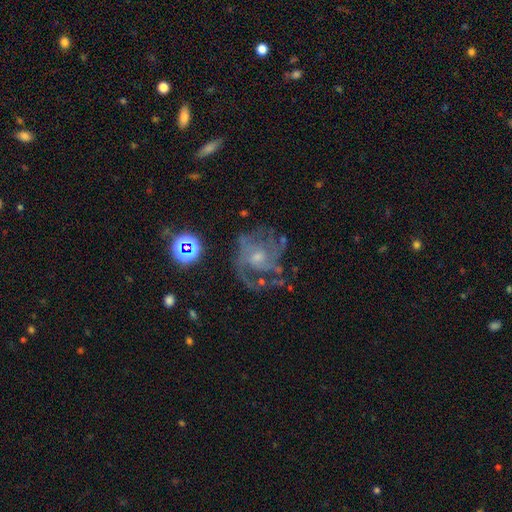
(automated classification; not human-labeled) A featured or disk galaxy (78%) with no bar (68%), medium (45%) spiral arms (87%) and a small central bulge (47%).

Vote fractions:
- Smooth or featured? featured or disk: 78% / star or artifact: 12% / smooth: 11%
- Edge-on disk? no: 98% / yes: 2%
- Bar? no: 68% / weak: 27% / strong: 5%
- Spiral arms? yes: 87% / no: 13%
- Spiral winding? medium: 45% / tight: 34% / loose: 21%
- Spiral arm count? can't tell: 32% / 2: 23% / 3: 22% / 1: 9% / 4: 8% / more than 4: 6%
- Bulge size? small: 47% / moderate: 41% / none: 7% / large: 4% / dominant: 1%
- Merging? none: 55% / major disturbance: 24% / minor disturbance: 18% / merger: 3%